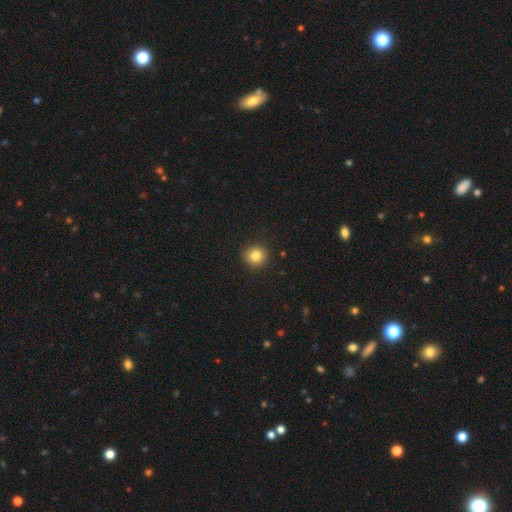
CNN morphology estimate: type=smooth (83%); roundness=round (92%); merging=none (91%).